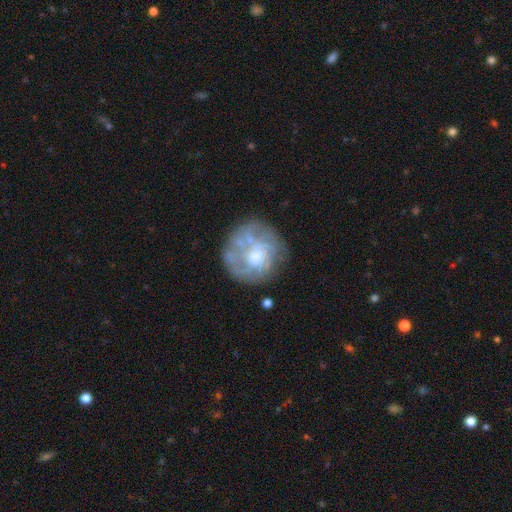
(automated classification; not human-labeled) smooth-or-featured: featured or disk: 60% | smooth: 31% | star or artifact: 9%
  disk-edge-on: no: 97% | yes: 3%
    bar: no: 81% | weak: 16% | strong: 3%
    has-spiral-arms: no: 58% | yes: 42%
    bulge-size: moderate: 54% | small: 23% | large: 10% | none: 10% | dominant: 2%
  merging: none: 66% | minor disturbance: 18% | major disturbance: 12% | merger: 4%